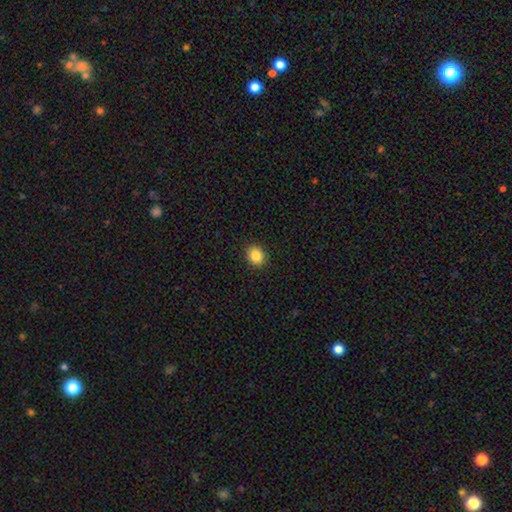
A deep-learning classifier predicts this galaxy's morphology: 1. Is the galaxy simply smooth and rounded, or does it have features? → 85% smooth, 10% star or artifact, 5% featured or disk.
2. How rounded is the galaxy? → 73% round, 26% in between, 1% cigar-shaped.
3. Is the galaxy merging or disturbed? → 91% none, 6% minor disturbance, 2% major disturbance, 1% merger.